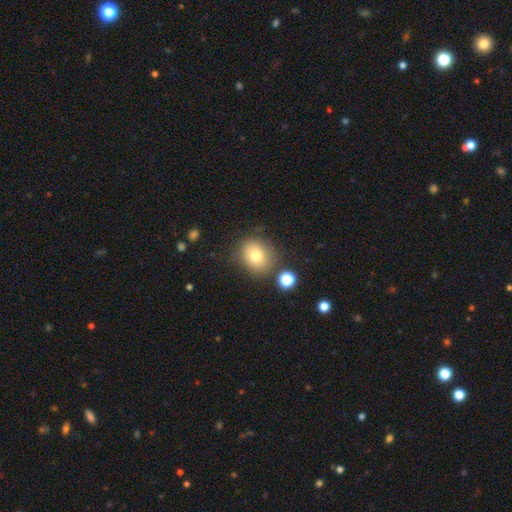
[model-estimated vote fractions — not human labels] Morphology: type=smooth (75%); roundness=round (75%); merging=none (77%).